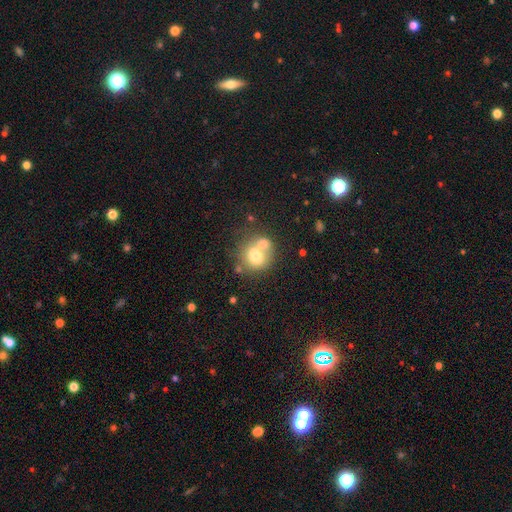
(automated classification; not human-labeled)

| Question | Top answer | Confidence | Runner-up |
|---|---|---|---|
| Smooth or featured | smooth | 69% | featured or disk (21%) |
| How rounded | round | 72% | in between (27%) |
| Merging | merger | 47% | none (38%) |